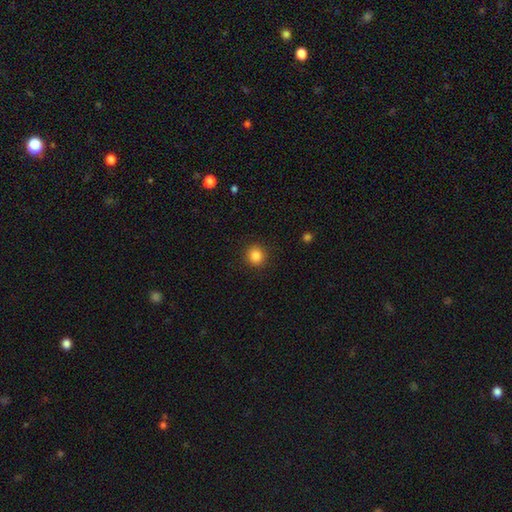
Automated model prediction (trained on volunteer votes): Smooth or featured?
  - smooth: 86% *
  - star or artifact: 11%
  - featured or disk: 4%
How rounded?
  - round: 88% *
  - in between: 11%
  - cigar-shaped: 1%
Merging?
  - none: 90% *
  - minor disturbance: 6%
  - major disturbance: 2%
  - merger: 1%